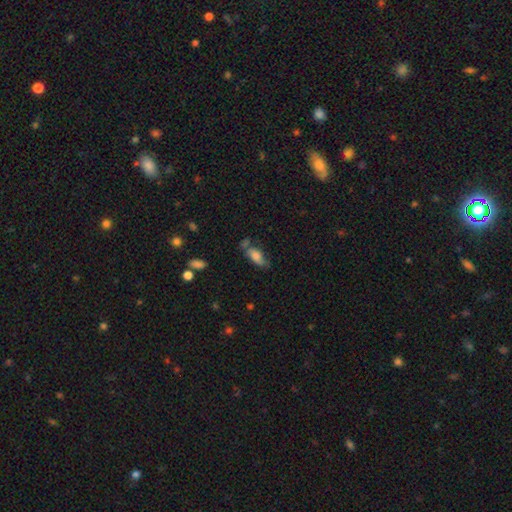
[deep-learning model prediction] A smooth galaxy with no disk features (71%) that is in between round and cigar-shaped (81%).

Vote fractions:
- Smooth or featured? smooth: 71% / featured or disk: 20% / star or artifact: 9%
- How rounded? in between: 81% / cigar-shaped: 16% / round: 4%
- Merging? none: 46% / minor disturbance: 27% / merger: 14% / major disturbance: 12%